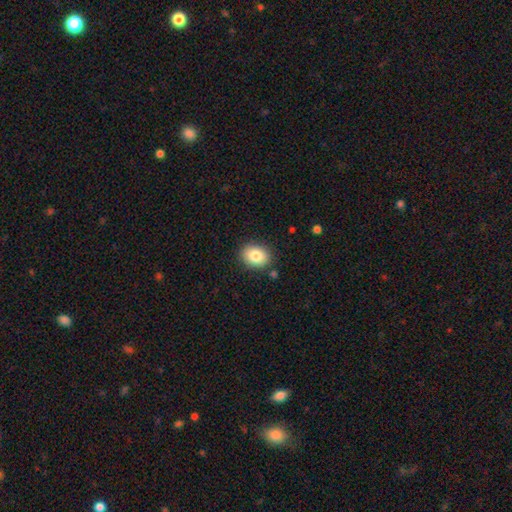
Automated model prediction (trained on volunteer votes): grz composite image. It shows a smooth galaxy with no disk features (84%) that is in between round and cigar-shaped (64%). Merging: none (86%).